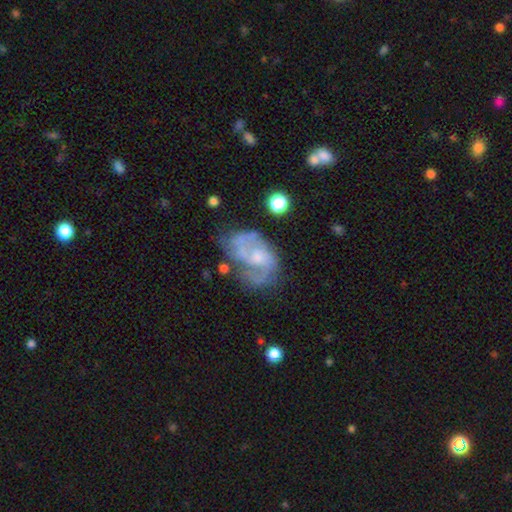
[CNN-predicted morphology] type=featured or disk (77%); edge-on=no (97%); bar=no (61%); spiral arms=yes (85%); winding=medium (49%); arm count=2 (67%); bulge=small (38%, tied with moderate); merging=none (48%).